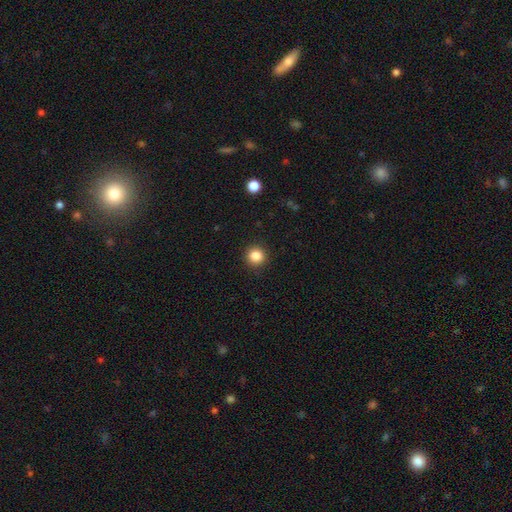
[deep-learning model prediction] Smooth or featured?
  - smooth: 86% *
  - star or artifact: 11%
  - featured or disk: 4%
How rounded?
  - round: 93% *
  - in between: 6%
  - cigar-shaped: 1%
Merging?
  - none: 91% *
  - minor disturbance: 6%
  - major disturbance: 2%
  - merger: 1%